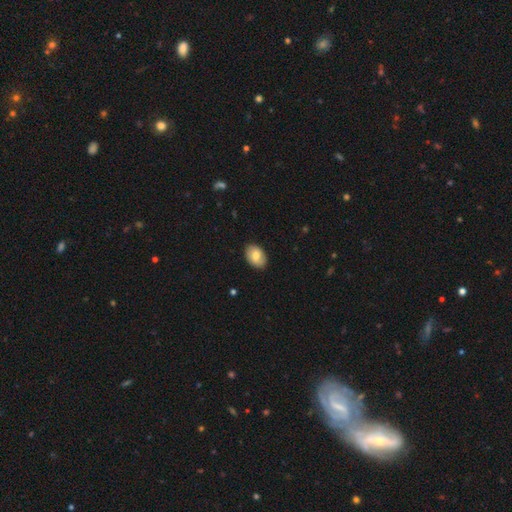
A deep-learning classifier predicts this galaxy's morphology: Overall: smooth (75%). How rounded: in between (84%). Merging: none (86%).